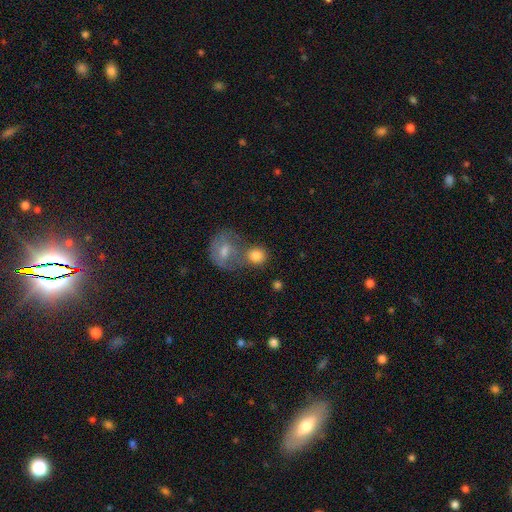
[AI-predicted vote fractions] smooth_or_featured: smooth (p=0.82) [alt: featured or disk p=0.10]
how_rounded: round (p=0.78) [alt: in between p=0.21]
merging: none (p=0.43) [alt: merger p=0.41]